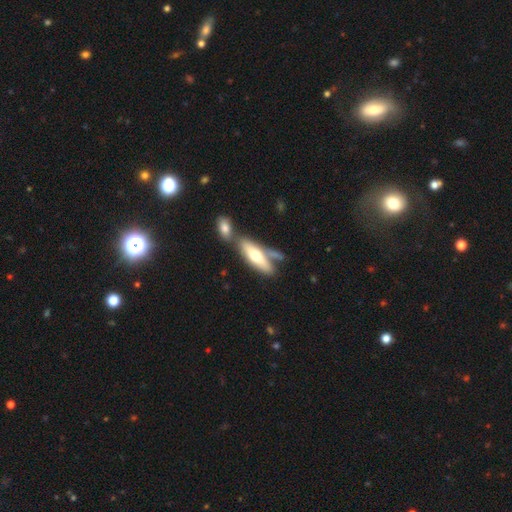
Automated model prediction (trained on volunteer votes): The model was most divided on "how rounded": in between: 50%, cigar-shaped: 48%, round: 2%. Remaining: smooth or featured — smooth (55%); merging — none (46%).